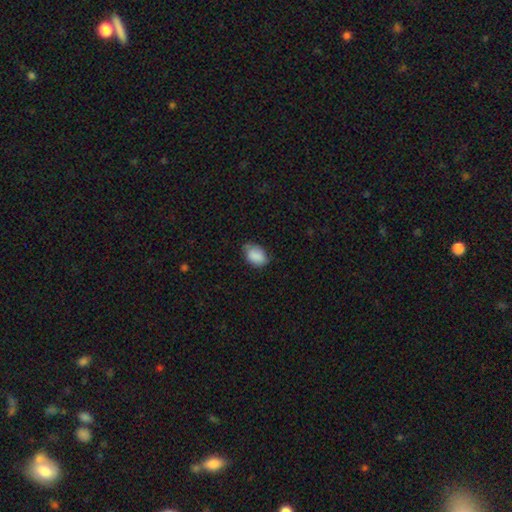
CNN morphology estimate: Smooth or featured?
  - smooth: 88% *
  - star or artifact: 7%
  - featured or disk: 5%
How rounded?
  - in between: 81% *
  - round: 18%
  - cigar-shaped: 1%
Merging?
  - none: 67% *
  - minor disturbance: 27%
  - major disturbance: 5%
  - merger: 1%